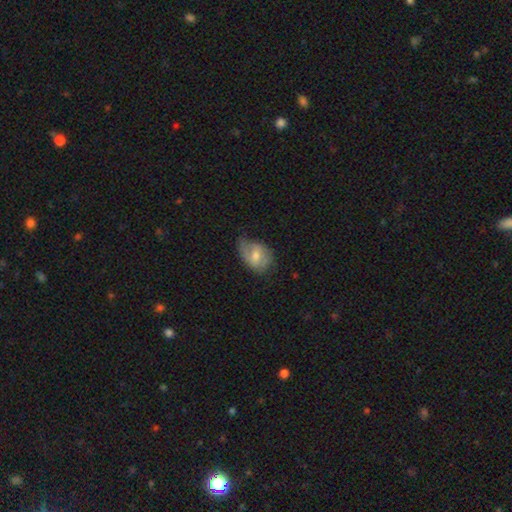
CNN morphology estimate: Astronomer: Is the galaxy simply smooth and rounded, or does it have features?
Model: smooth — 49% (runner-up: featured or disk, 44%).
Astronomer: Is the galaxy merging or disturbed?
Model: none — 48% (runner-up: minor disturbance, 36%).